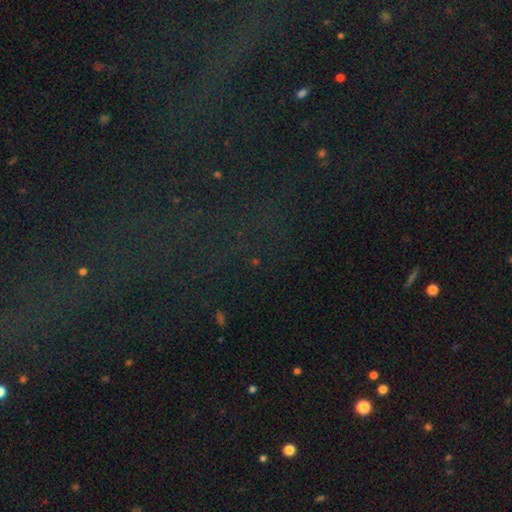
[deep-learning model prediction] This appears to be a star or artifact, not a galaxy (77%).